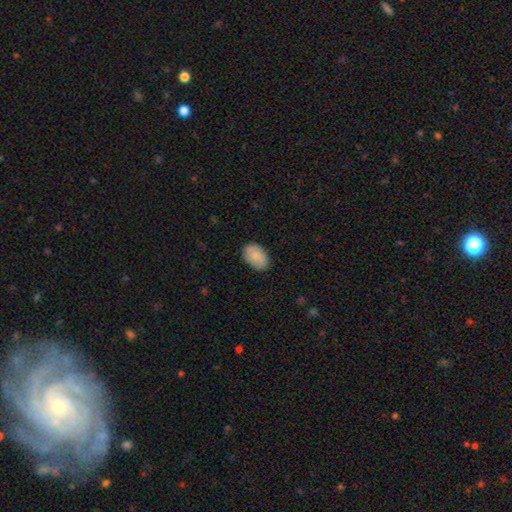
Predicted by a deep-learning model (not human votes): Q: Smooth or featured?
A: smooth (86%); runner-up: featured or disk (8%)
Q: How rounded?
A: in between (88%); runner-up: round (11%)
Q: Merging?
A: none (85%); runner-up: minor disturbance (11%)